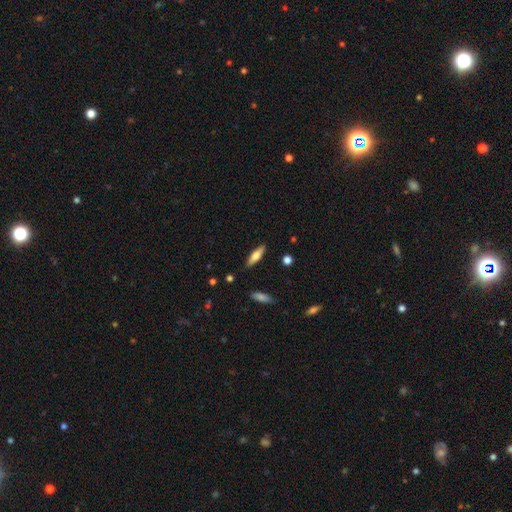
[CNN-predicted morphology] Smooth or featured: smooth — 63% (featured or disk — 30%)
How rounded: cigar-shaped — 58% (in between — 40%)
Merging: none — 87% (minor disturbance — 9%)